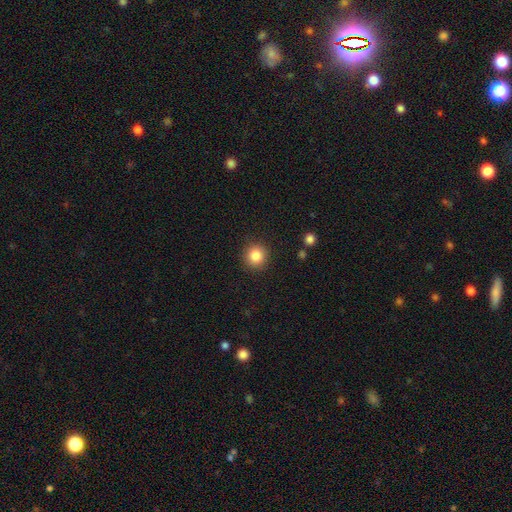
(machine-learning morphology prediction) A smooth galaxy with no disk features (84%) that is round (93%).

Vote fractions:
- Smooth or featured? smooth: 84% / star or artifact: 10% / featured or disk: 5%
- How rounded? round: 93% / in between: 6% / cigar-shaped: 1%
- Merging? none: 91% / minor disturbance: 6% / major disturbance: 2% / merger: 1%